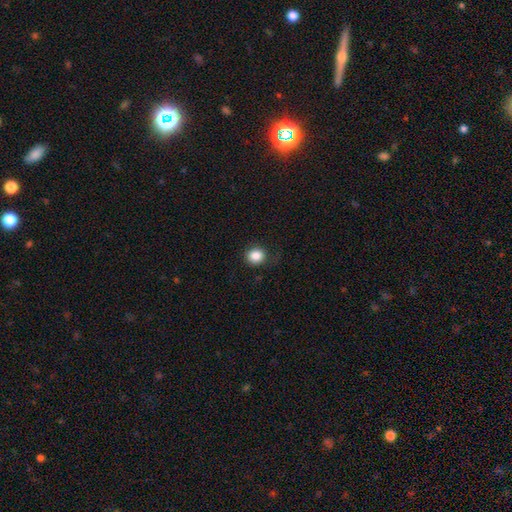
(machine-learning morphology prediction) This appears to be a smooth galaxy with no disk features (86%) that is round (82%). Merging: none (81%).